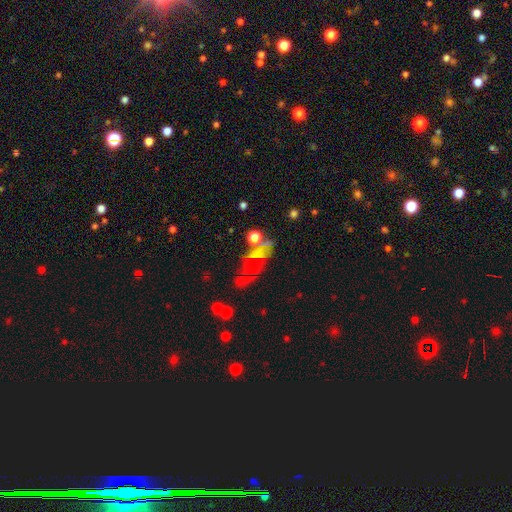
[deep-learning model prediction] Smooth or featured? Predicted: smooth (p=0.41). Merging? Predicted: none (p=0.46).